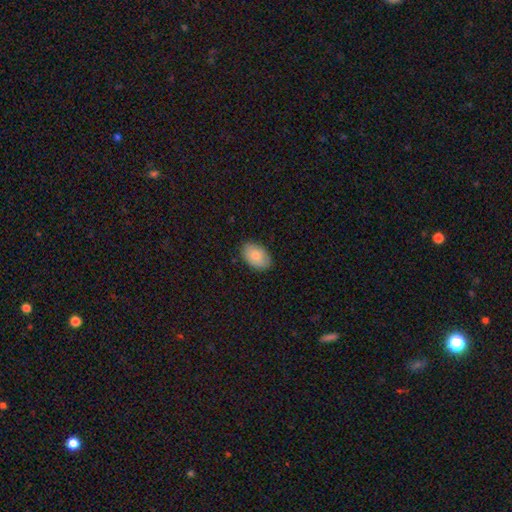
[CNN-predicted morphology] A smooth galaxy with no disk features (82%) that is in between round and cigar-shaped (91%).

Vote fractions:
- Smooth or featured? smooth: 82% / featured or disk: 12% / star or artifact: 6%
- How rounded? in between: 91% / round: 8% / cigar-shaped: 1%
- Merging? none: 85% / minor disturbance: 12% / major disturbance: 2% / merger: 1%